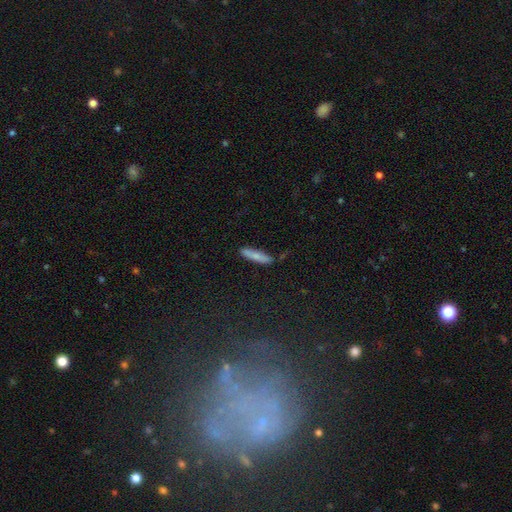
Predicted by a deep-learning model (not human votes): Morphology: type=smooth (75%); roundness=cigar-shaped (85%); merging=none (81%).